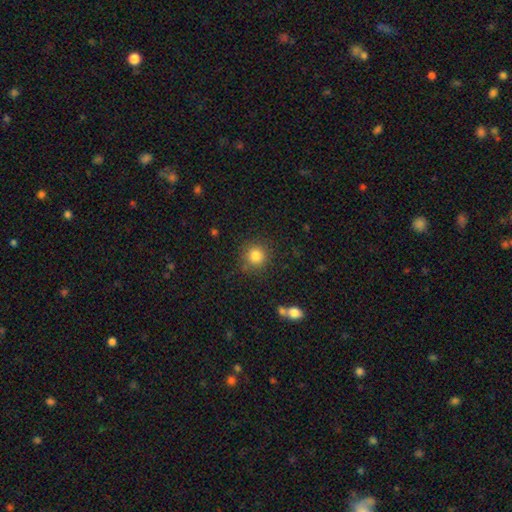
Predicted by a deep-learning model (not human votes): The model was most divided on "smooth or featured": smooth: 83%, star or artifact: 11%, featured or disk: 6%. More confident: how rounded — round (92%); merging — none (84%).